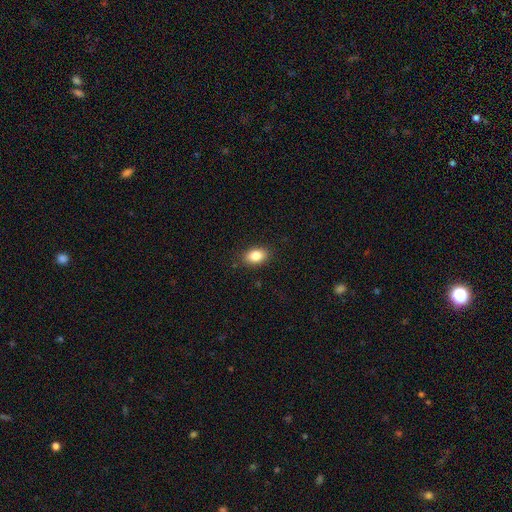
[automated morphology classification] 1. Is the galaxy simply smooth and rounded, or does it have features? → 84% smooth, 9% star or artifact, 7% featured or disk.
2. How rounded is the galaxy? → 84% in between, 14% round, 2% cigar-shaped.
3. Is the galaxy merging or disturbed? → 87% none, 9% minor disturbance, 2% major disturbance, 1% merger.